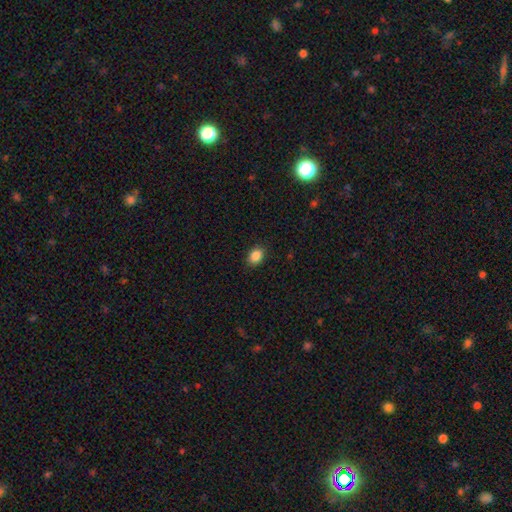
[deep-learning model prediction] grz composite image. It shows a smooth galaxy with no disk features (87%) that is in between round and cigar-shaped (61%). Merging: none (88%).